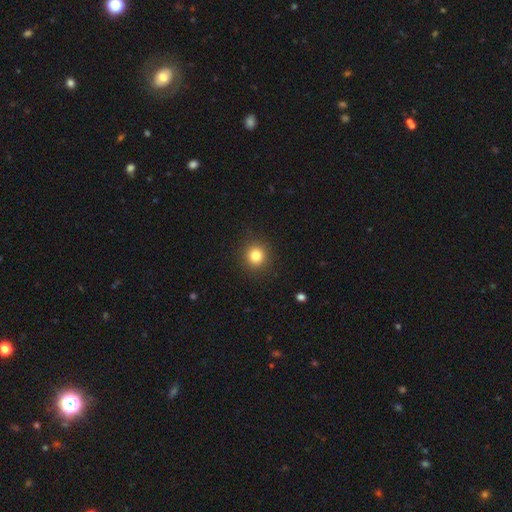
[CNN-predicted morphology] Smooth or featured?
  - smooth: 82% *
  - star or artifact: 12%
  - featured or disk: 7%
How rounded?
  - round: 93% *
  - in between: 7%
  - cigar-shaped: 1%
Merging?
  - none: 91% *
  - minor disturbance: 5%
  - major disturbance: 2%
  - merger: 1%